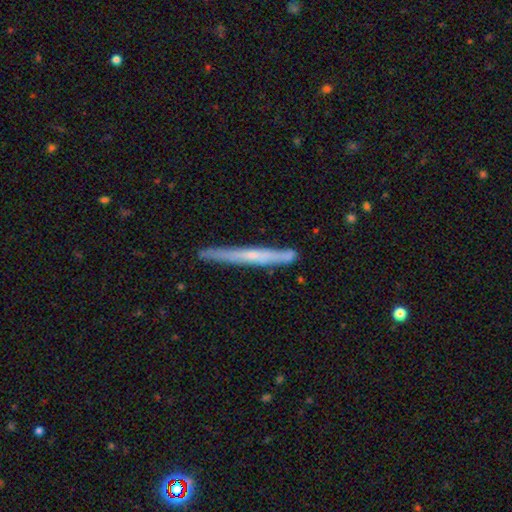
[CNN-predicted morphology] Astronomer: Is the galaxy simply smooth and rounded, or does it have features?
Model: featured or disk — 55% (runner-up: smooth, 39%).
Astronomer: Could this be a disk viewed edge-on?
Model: yes — 96%.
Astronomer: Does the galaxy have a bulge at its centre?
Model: none — 65%.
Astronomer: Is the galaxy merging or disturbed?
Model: none — 85%.